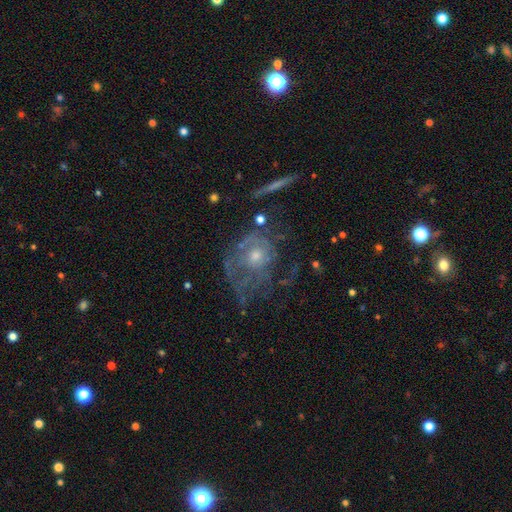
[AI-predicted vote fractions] Smooth or featured? Predicted: featured or disk (p=0.64). Edge-on disk? Predicted: no (p=0.94). Bar? Predicted: no (p=0.80). Spiral arms? Predicted: yes (p=0.74). Bulge size? Predicted: small (p=0.49). Merging? Predicted: none (p=0.57).